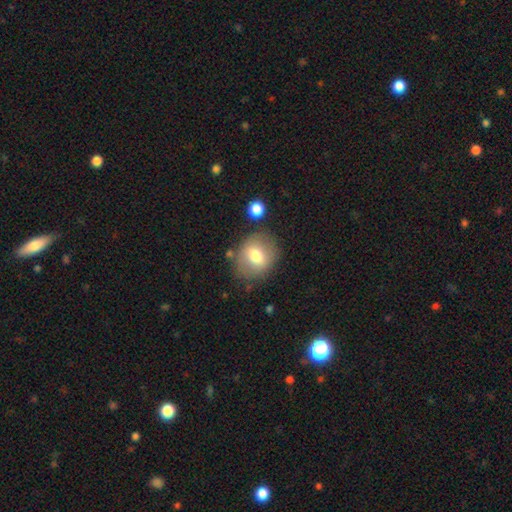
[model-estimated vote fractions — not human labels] Overall: smooth (67%). How rounded: round (67%; in between 32%). Merging: none (77%).